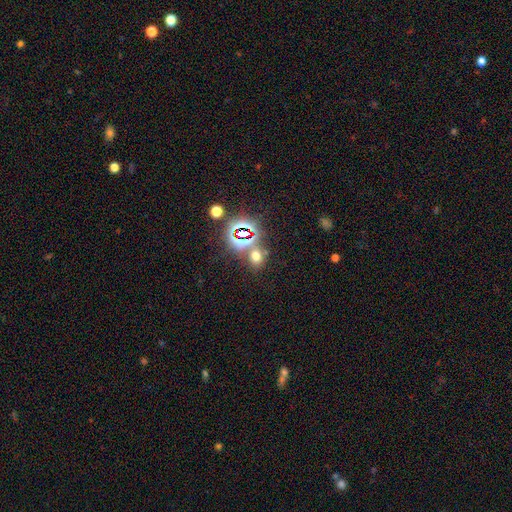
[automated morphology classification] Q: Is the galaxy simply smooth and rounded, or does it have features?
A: smooth — 54%.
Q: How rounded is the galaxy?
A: round — 58%.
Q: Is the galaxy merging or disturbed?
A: none — 72%.